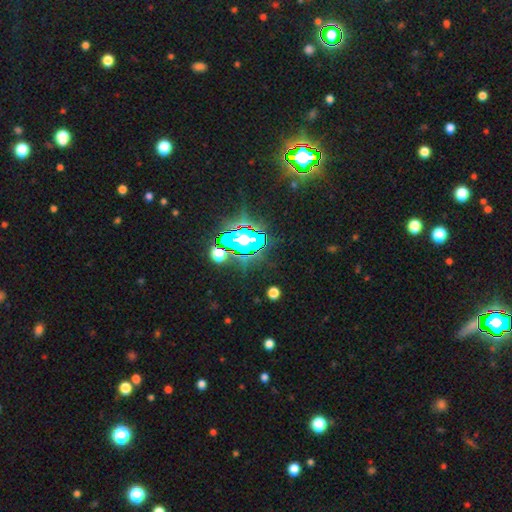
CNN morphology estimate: Smooth or featured: star or artifact — 83% (smooth — 9%)